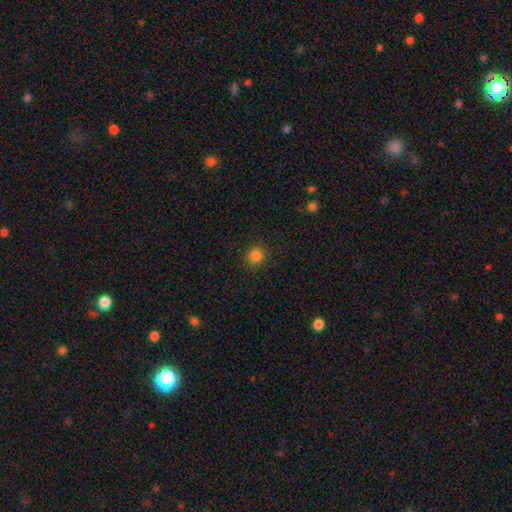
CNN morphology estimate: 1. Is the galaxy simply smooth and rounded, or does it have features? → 85% smooth, 12% star or artifact, 3% featured or disk.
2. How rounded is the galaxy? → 94% round, 5% in between, 1% cigar-shaped.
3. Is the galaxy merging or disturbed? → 91% none, 6% minor disturbance, 2% major disturbance, 1% merger.